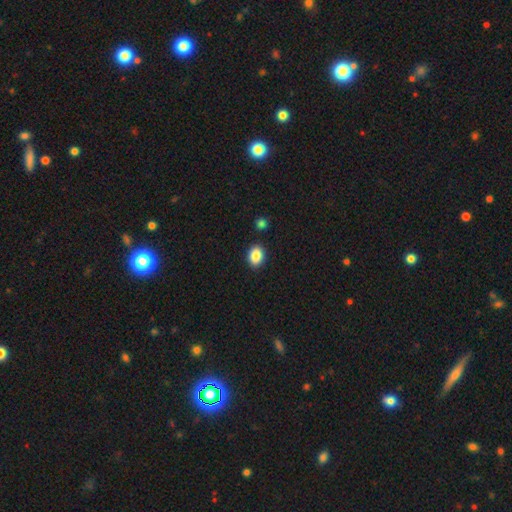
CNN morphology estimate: Smooth or featured: smooth — 87% (star or artifact — 8%)
How rounded: in between — 69% (round — 30%)
Merging: none — 88% (minor disturbance — 7%)